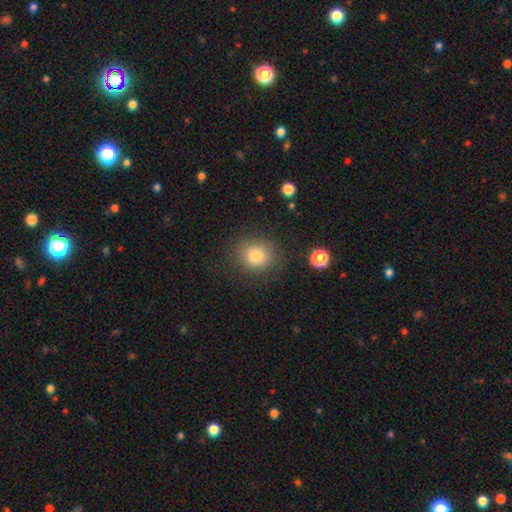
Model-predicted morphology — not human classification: Smooth or featured? smooth (81%)
How rounded? round (80%)
Merging? none (82%)